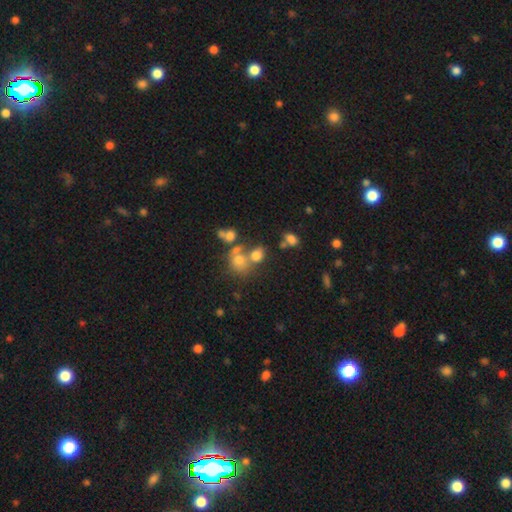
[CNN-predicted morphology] type=smooth (67%); roundness=round (64%); merging=none (44%).